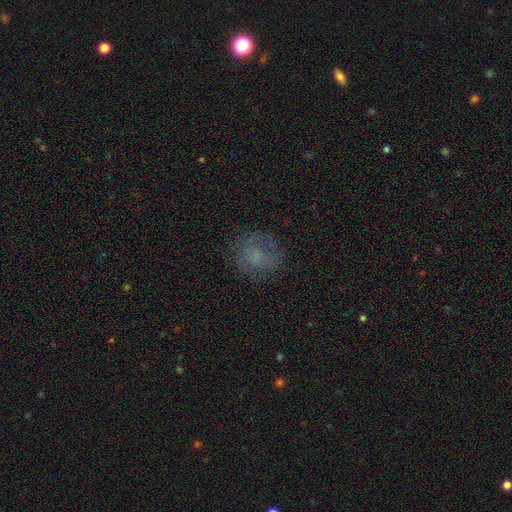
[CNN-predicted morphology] Smooth or featured: smooth — 60% (featured or disk — 25%)
How rounded: round — 79% (in between — 20%)
Merging: none — 72% (minor disturbance — 17%)